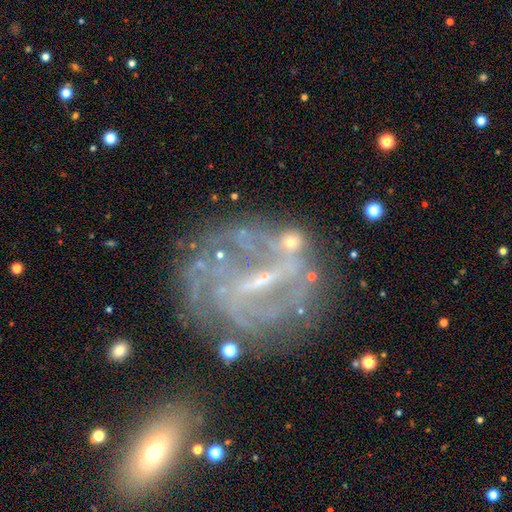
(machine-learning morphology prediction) This is clearly a featured or disk galaxy (82%). It is clearly not viewed edge-on (97%). Bar: marginally strong (44%). Spiral arm pattern: clearly yes (82%). Spiral arm count: marginally can't tell (38%). Spiral winding: marginally tight (44%). Central bulge: likely small (64%). Merging: likely none (62%).